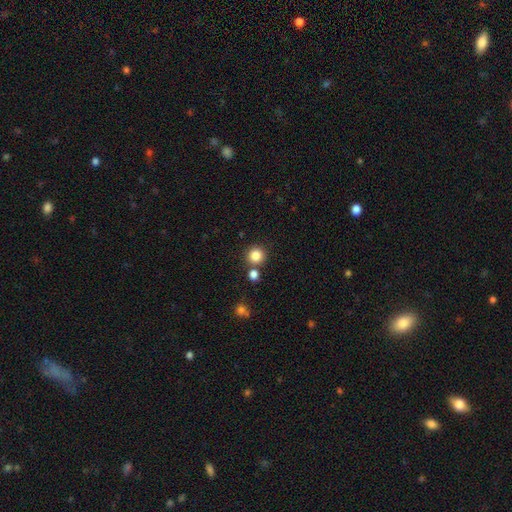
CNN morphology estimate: A smooth galaxy with no disk features (84%) that is round (93%). Merging: none (79%).